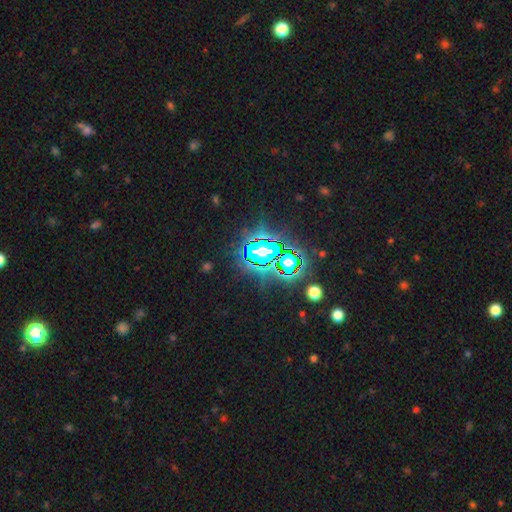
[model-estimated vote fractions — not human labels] Overall: star or artifact (81%).